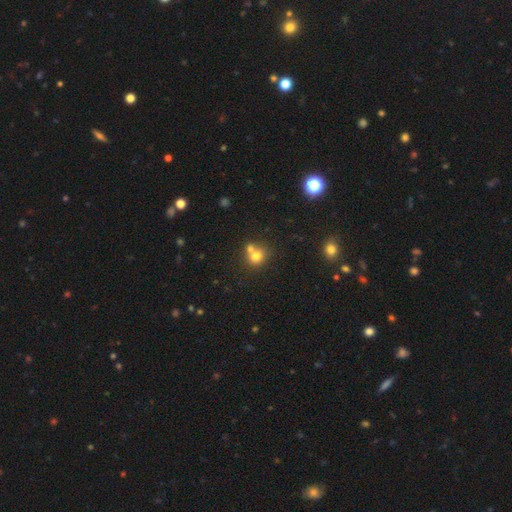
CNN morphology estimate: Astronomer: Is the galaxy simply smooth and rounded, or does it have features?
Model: smooth — 74%.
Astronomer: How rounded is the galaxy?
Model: round — 80%.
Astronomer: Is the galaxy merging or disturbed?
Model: none — 46% (runner-up: merger, 43%).